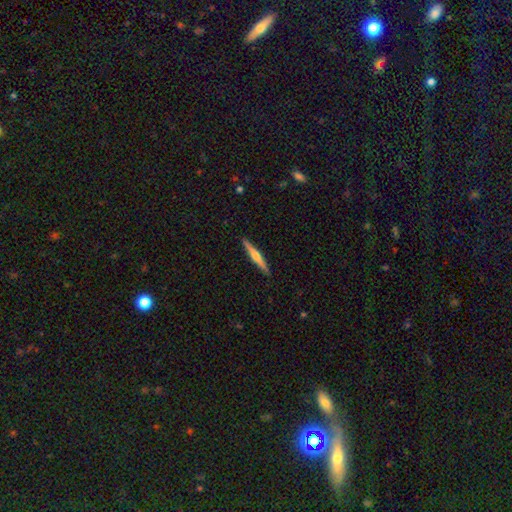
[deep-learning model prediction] smooth-or-featured: featured or disk: 62% | smooth: 33% | star or artifact: 5%
  disk-edge-on: yes: 98% | no: 2%
    edge-on-bulge: rounded: 83% | none: 10% | boxy: 7%
  merging: none: 91% | minor disturbance: 6% | major disturbance: 1% | merger: 1%